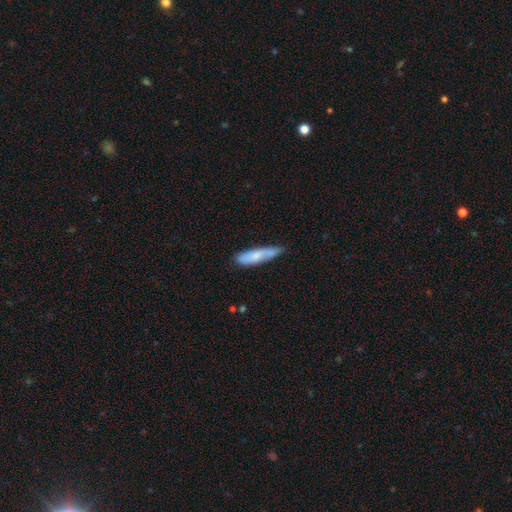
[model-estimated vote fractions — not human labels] This appears to be a smooth galaxy with no disk features (72%) that is cigar-shaped (75%). Merging: none (69%).